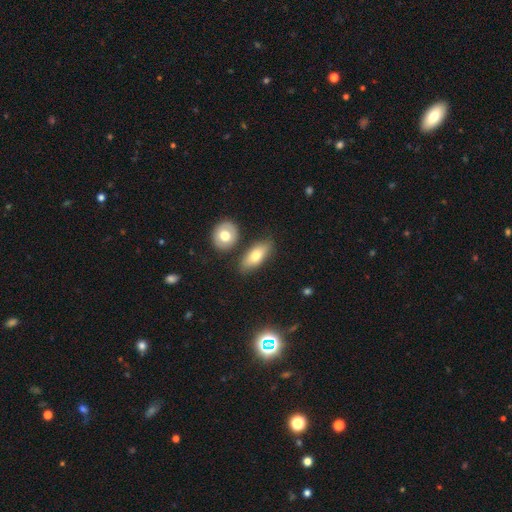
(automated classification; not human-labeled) Smooth or featured? smooth (70%)
How rounded? in between (82%)
Merging? none (73%)